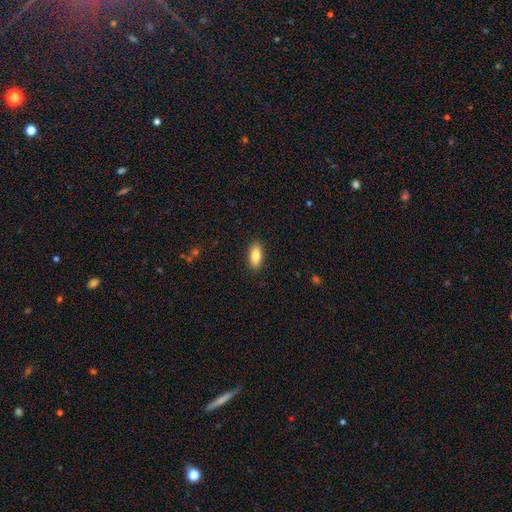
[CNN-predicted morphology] Smooth or featured? smooth (84%)
How rounded? in between (86%)
Merging? none (89%)